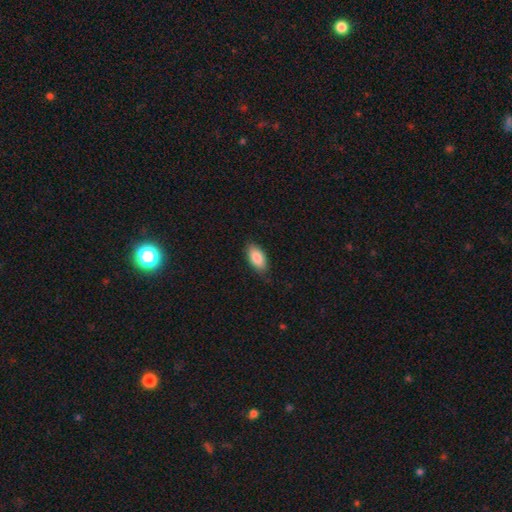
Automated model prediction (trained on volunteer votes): This appears to be a smooth galaxy with no disk features (86%) that is in between round and cigar-shaped (92%). Merging: none (82%).